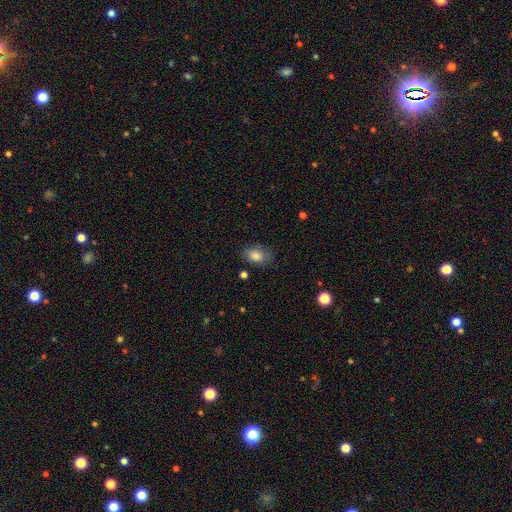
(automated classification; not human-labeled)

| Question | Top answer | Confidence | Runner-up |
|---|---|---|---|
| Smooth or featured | smooth | 83% | star or artifact (9%) |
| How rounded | in between | 81% | round (17%) |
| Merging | none | 78% | minor disturbance (16%) |